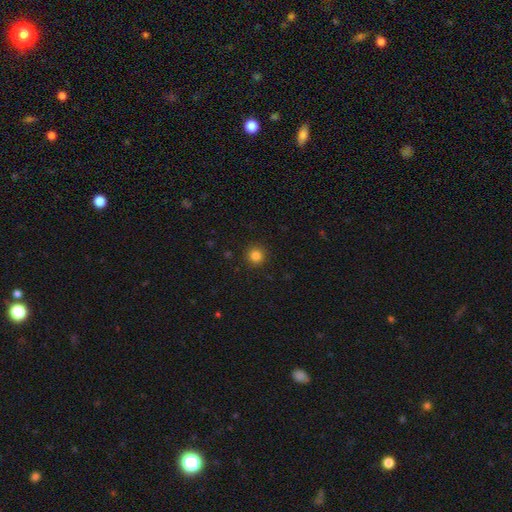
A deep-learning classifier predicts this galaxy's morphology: Smooth or featured? smooth (83%)
How rounded? round (95%)
Merging? none (92%)